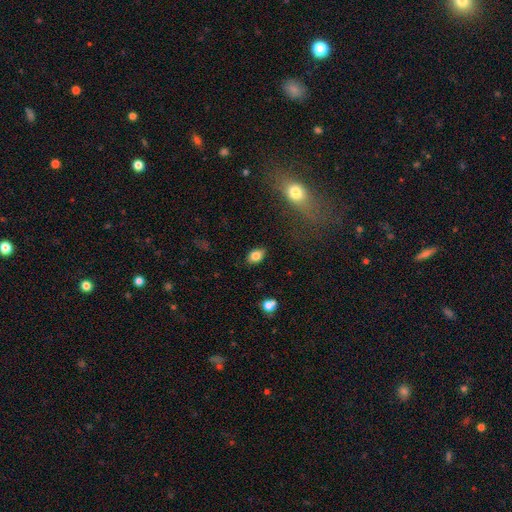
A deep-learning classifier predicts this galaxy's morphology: Smooth or featured?
  - smooth: 82% *
  - star or artifact: 10%
  - featured or disk: 8%
How rounded?
  - in between: 83% *
  - round: 15%
  - cigar-shaped: 2%
Merging?
  - none: 86% *
  - minor disturbance: 10%
  - major disturbance: 3%
  - merger: 2%